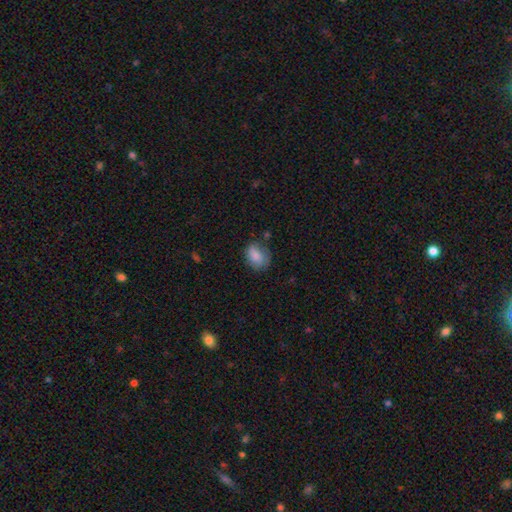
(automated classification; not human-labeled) Overall: smooth (85%). How rounded: in between (73%). Merging: none (64%; minor disturbance 26%).